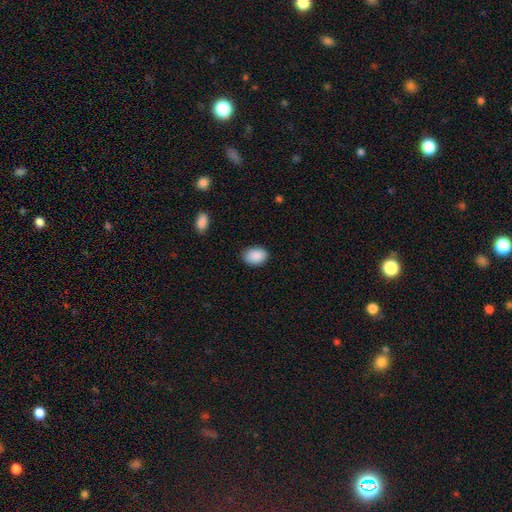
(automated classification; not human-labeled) Smooth or featured: smooth — 90% (star or artifact — 7%)
How rounded: in between — 83% (round — 16%)
Merging: none — 84% (minor disturbance — 12%)